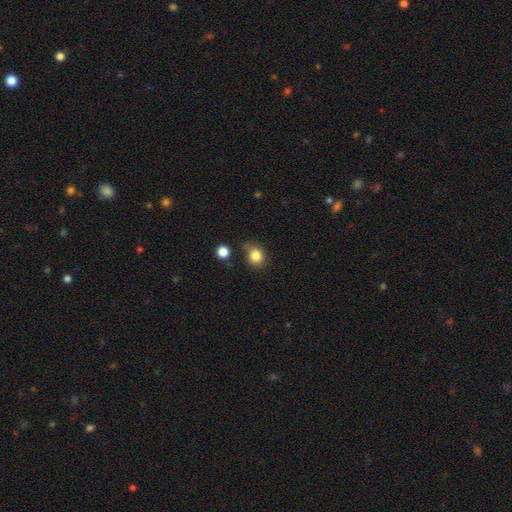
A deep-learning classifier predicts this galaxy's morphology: Smooth or featured? smooth (83%)
How rounded? round (69%)
Merging? none (61%)